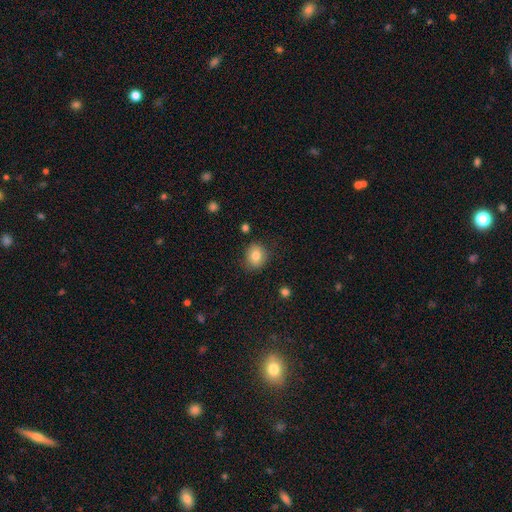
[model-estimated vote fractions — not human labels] Smooth or featured?
  - smooth: 80% *
  - featured or disk: 10%
  - star or artifact: 10%
How rounded?
  - round: 70% *
  - in between: 29%
  - cigar-shaped: 1%
Merging?
  - none: 84% *
  - minor disturbance: 11%
  - major disturbance: 3%
  - merger: 2%